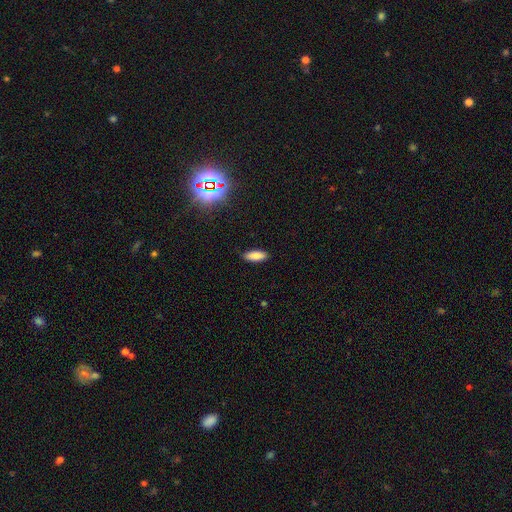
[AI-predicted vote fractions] smooth-or-featured: smooth: 85% | star or artifact: 9% | featured or disk: 6%
  how-rounded: in between: 72% | cigar-shaped: 26% | round: 2%
  merging: none: 88% | minor disturbance: 9% | major disturbance: 2% | merger: 1%